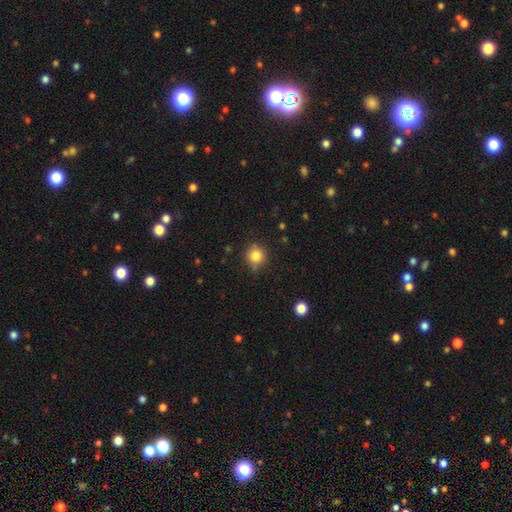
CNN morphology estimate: The model was most divided on "merging": none: 81%, minor disturbance: 14%, major disturbance: 3%, merger: 3%. More confident: how rounded — round (92%); smooth or featured — smooth (83%).